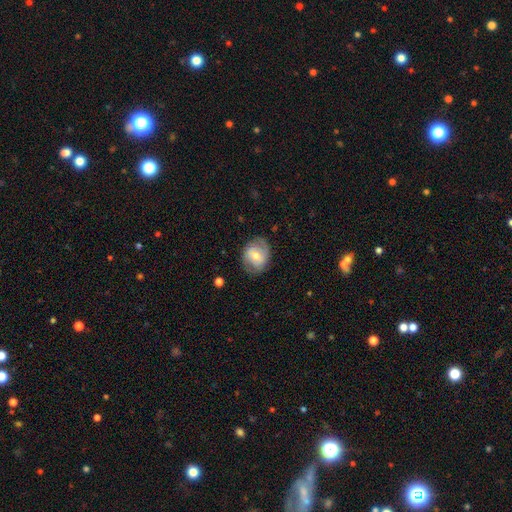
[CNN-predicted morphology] smooth_or_featured: featured or disk (p=0.54) [alt: smooth p=0.39]
disk_edge_on: no (p=0.96) [alt: yes p=0.04]
bar: weak (p=0.44) [alt: no p=0.40]
has_spiral_arms: yes (p=0.74) [alt: no p=0.26]
bulge_size: moderate (p=0.58) [alt: small p=0.36]
merging: none (p=0.75) [alt: minor disturbance p=0.17]